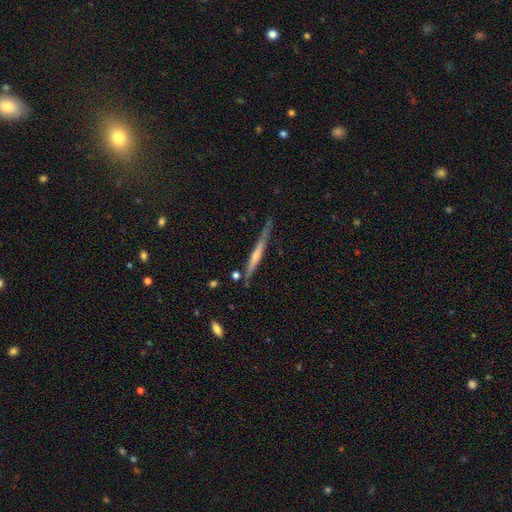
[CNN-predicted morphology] Q: Smooth or featured?
A: featured or disk (61%); runner-up: smooth (32%)
Q: Edge-on disk?
A: yes (96%); runner-up: no (4%)
Q: Edge-on bulge?
A: none (48%); runner-up: rounded (41%)
Q: Merging?
A: none (73%); runner-up: minor disturbance (19%)